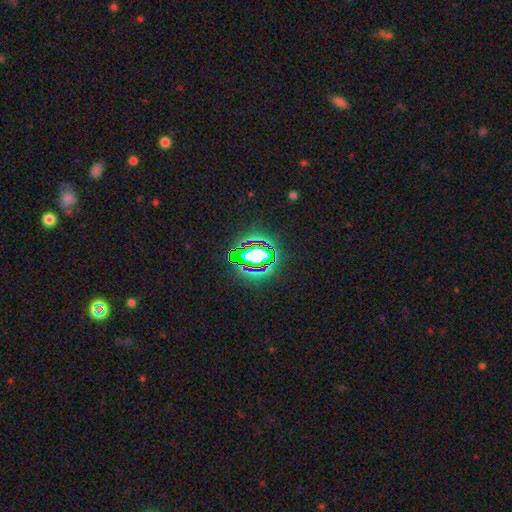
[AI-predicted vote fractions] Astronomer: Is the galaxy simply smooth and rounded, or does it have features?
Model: star or artifact — 65%.